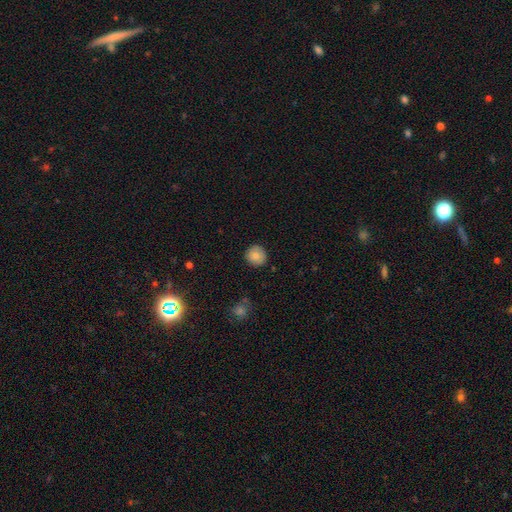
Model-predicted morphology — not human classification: smooth_or_featured: smooth (p=0.80) [alt: featured or disk p=0.11]
how_rounded: round (p=0.93) [alt: in between p=0.06]
merging: none (p=0.87) [alt: minor disturbance p=0.10]